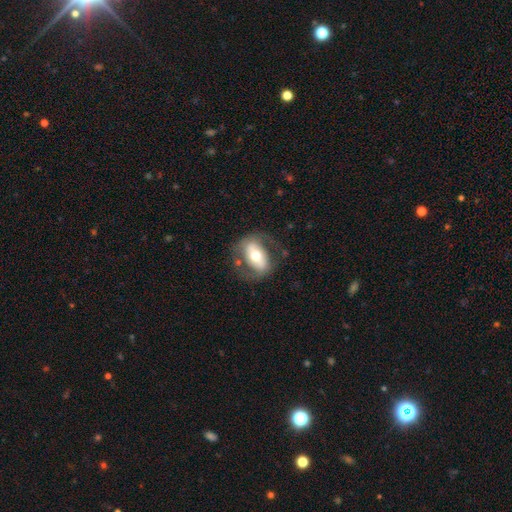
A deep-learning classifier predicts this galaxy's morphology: This is possibly a featured or disk galaxy (55%). It is clearly not viewed edge-on (89%). Merging: likely none (65%).